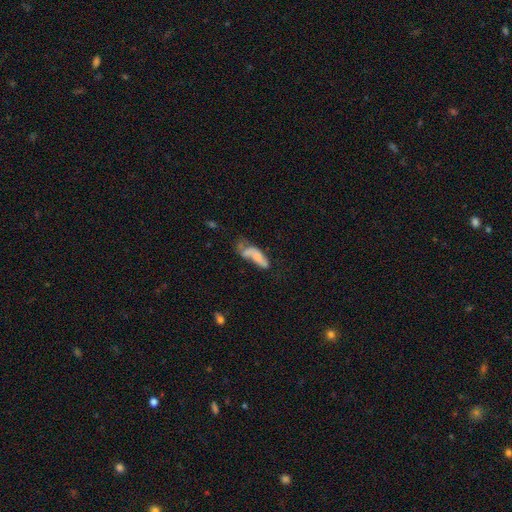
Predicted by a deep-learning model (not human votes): smooth 57%, featured or disk 33%, star or artifact 10%. Down the decision tree: how rounded — in between (62%); merging — major disturbance (32%).